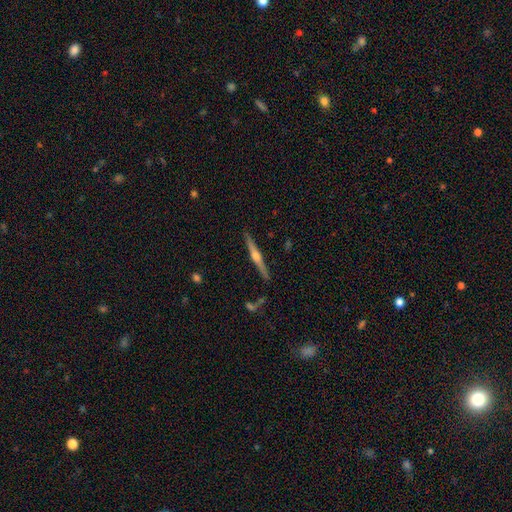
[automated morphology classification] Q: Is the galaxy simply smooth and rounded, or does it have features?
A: featured or disk — 74%.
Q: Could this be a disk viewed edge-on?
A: yes — 98%.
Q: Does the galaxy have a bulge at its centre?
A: rounded — 90%.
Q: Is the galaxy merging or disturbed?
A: none — 89%.